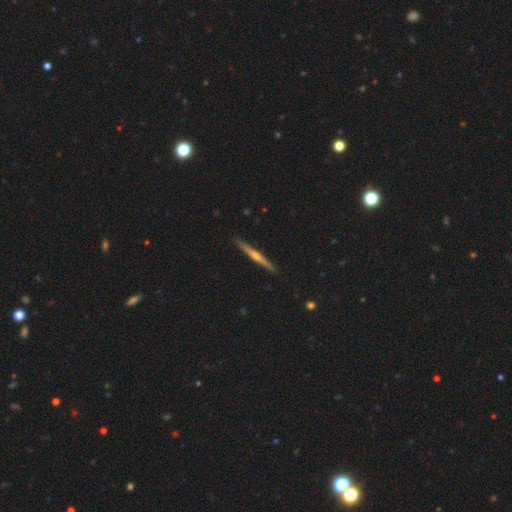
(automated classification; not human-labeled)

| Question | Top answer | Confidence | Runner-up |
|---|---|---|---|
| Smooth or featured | featured or disk | 70% | smooth (24%) |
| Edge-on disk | yes | 98% | no (2%) |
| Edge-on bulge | rounded | 77% | none (18%) |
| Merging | none | 91% | minor disturbance (7%) |